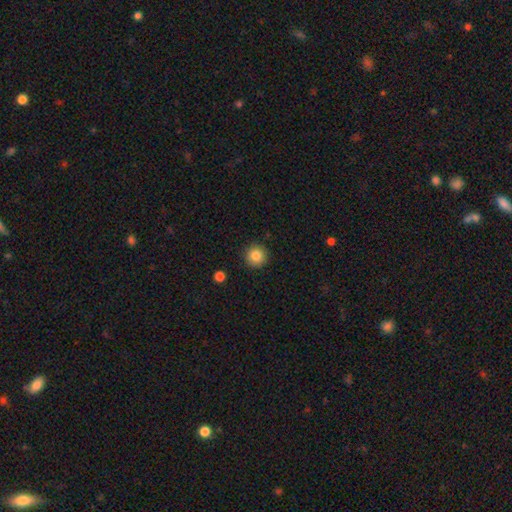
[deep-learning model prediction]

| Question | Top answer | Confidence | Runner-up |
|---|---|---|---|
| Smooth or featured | smooth | 85% | star or artifact (10%) |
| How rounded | round | 95% | in between (4%) |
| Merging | none | 92% | minor disturbance (5%) |